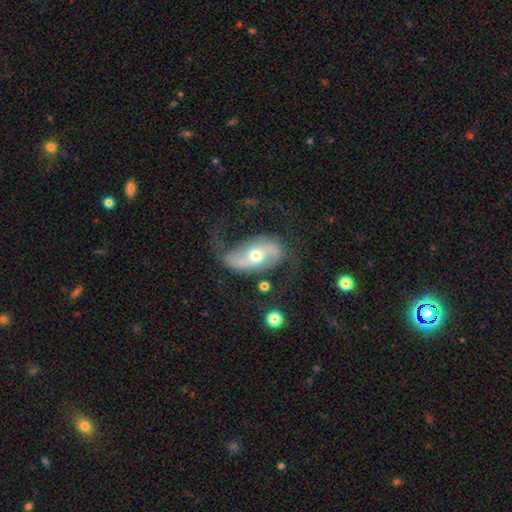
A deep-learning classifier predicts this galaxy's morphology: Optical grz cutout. It shows a featured or disk galaxy (80%) with no bar (38%), 2 (90%) loose (65%) spiral arms (89%) and a moderate central bulge (73%). Merging: none (60%).